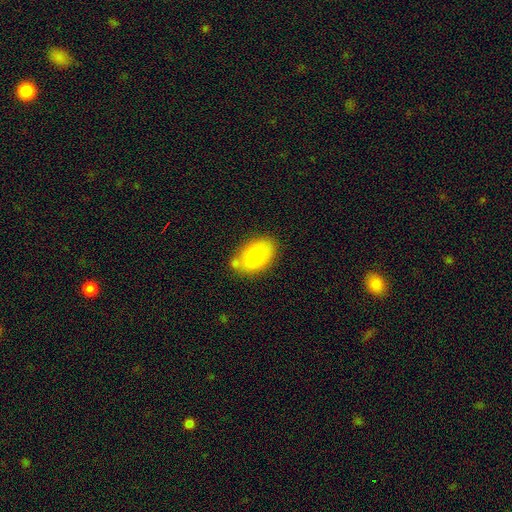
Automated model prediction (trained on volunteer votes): A smooth galaxy with no disk features (78%) that is in between round and cigar-shaped (88%). Merging: none (69%).